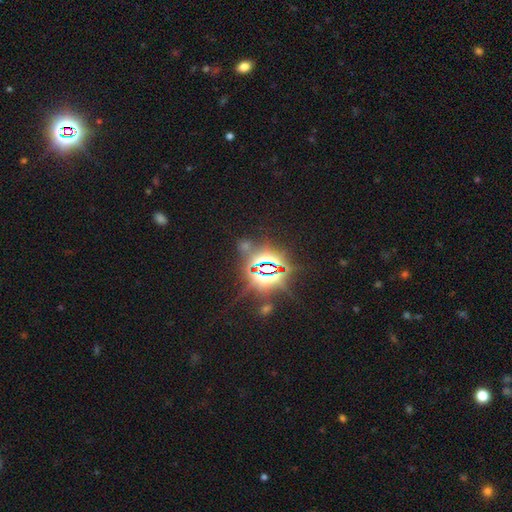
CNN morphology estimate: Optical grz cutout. It shows a star or artifact, not a galaxy (84%).